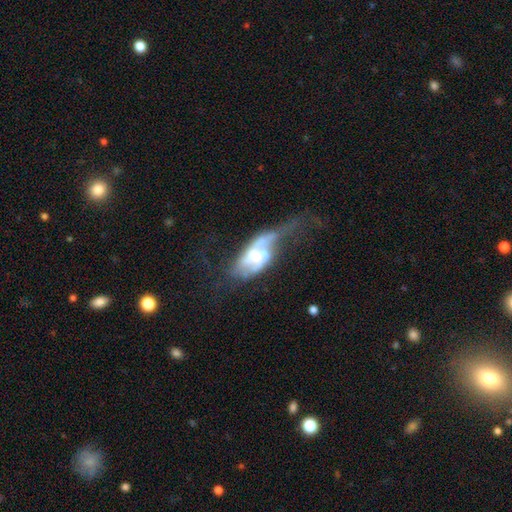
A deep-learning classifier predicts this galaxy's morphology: smooth_or_featured: featured or disk (p=0.68) [alt: smooth p=0.24]
disk_edge_on: no (p=0.90) [alt: yes p=0.10]
bar: no (p=0.65) [alt: weak p=0.26]
has_spiral_arms: yes (p=0.53) [alt: no p=0.47]
bulge_size: moderate (p=0.53) [alt: large p=0.20]
merging: major disturbance (p=0.44) [alt: merger p=0.22]